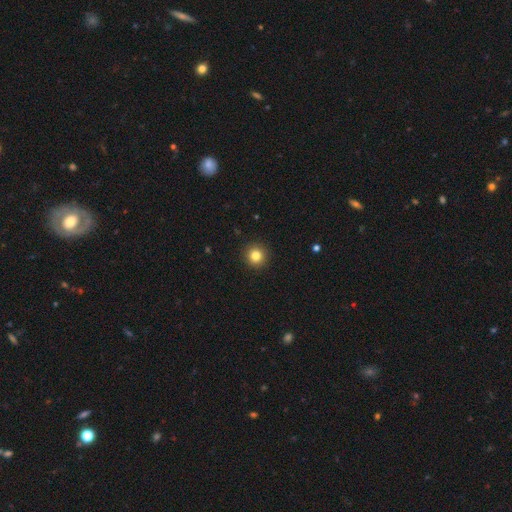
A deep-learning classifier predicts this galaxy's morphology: Smooth or featured? smooth (82%)
How rounded? round (95%)
Merging? none (93%)